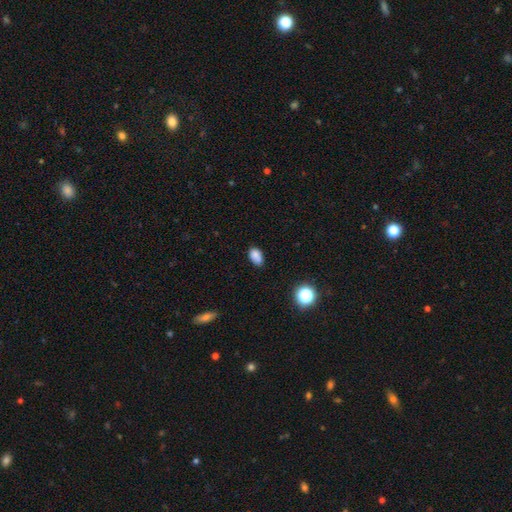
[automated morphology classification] Smooth or featured? smooth (80%)
How rounded? in between (85%)
Merging? none (62%)